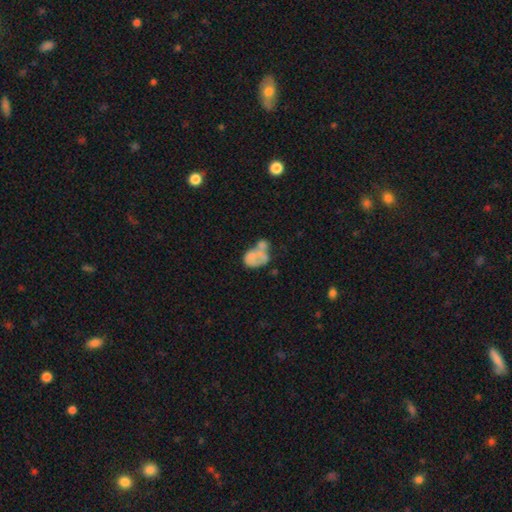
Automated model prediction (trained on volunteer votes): Overall: smooth (55%; featured or disk 36%). How rounded: in between (75%). Merging: merger (55%; major disturbance 17%).